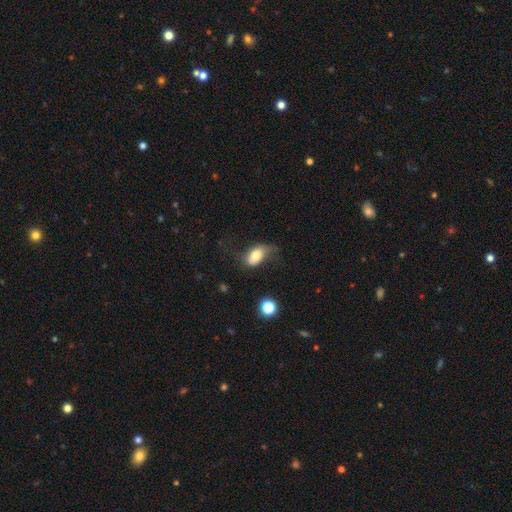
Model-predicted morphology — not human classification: Q: Smooth or featured?
A: smooth (72%); runner-up: featured or disk (20%)
Q: How rounded?
A: in between (89%); runner-up: round (9%)
Q: Merging?
A: none (44%); runner-up: minor disturbance (30%)